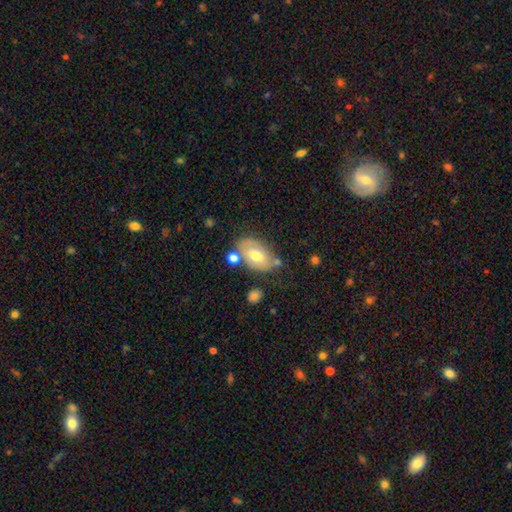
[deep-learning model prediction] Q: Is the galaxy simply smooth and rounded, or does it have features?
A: smooth — 56%.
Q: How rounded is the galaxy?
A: in between — 89%.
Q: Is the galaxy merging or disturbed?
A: none — 58%.